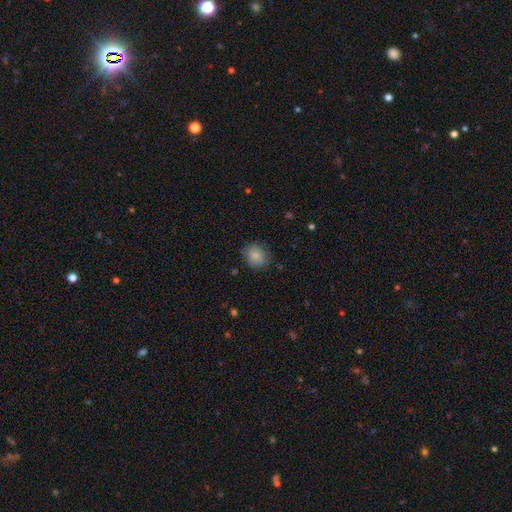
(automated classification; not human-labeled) The model was most divided on "how rounded": round: 76%, in between: 23%, cigar-shaped: 1%. More confident: smooth or featured — smooth (86%); merging — none (83%).